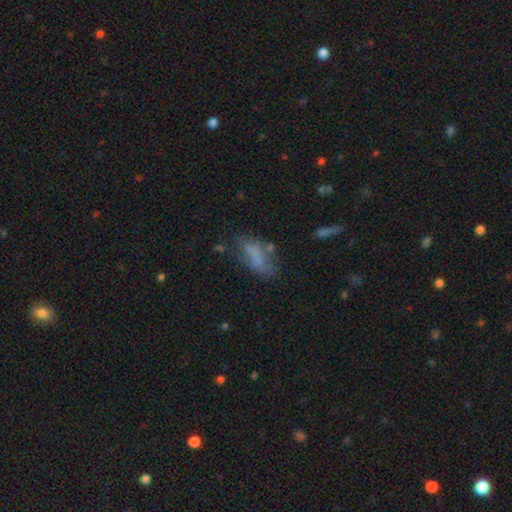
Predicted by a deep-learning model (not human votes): The model was most divided on "merging": none: 45%, minor disturbance: 27%, major disturbance: 18%, merger: 10%. More confident: how rounded — in between (80%); smooth or featured — smooth (63%).